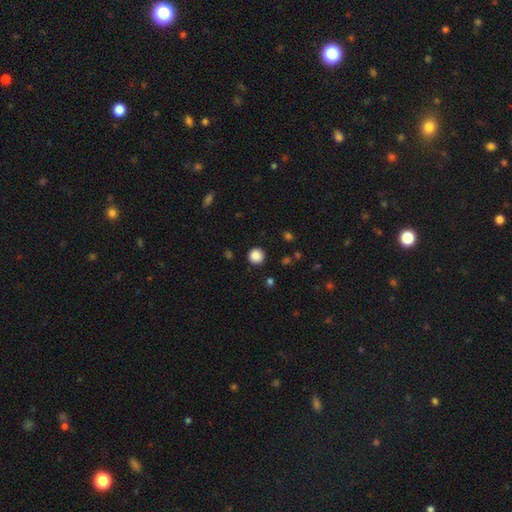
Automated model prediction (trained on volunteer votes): Smooth or featured? smooth (87%)
How rounded? round (94%)
Merging? none (91%)